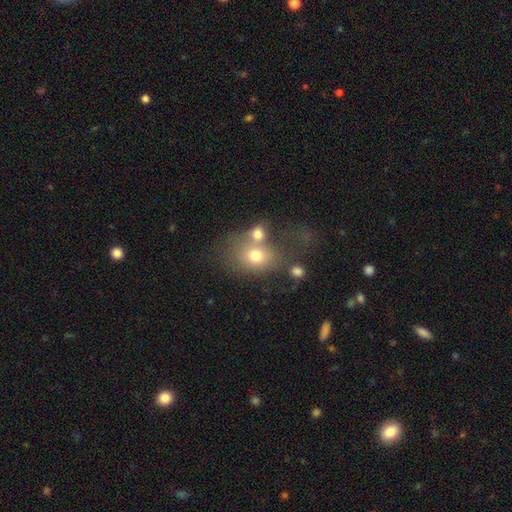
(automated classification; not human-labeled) smooth_or_featured: smooth (p=0.68) [alt: featured or disk p=0.19]
how_rounded: in between (p=0.51) [alt: round p=0.48]
merging: merger (p=0.41) [alt: none p=0.33]